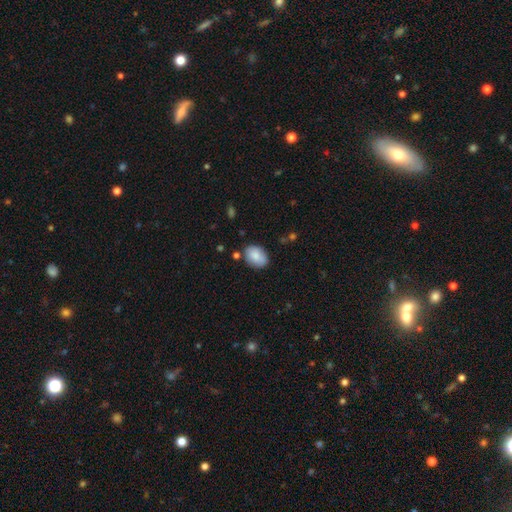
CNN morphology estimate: smooth-or-featured: smooth: 83% | featured or disk: 10% | star or artifact: 7%
  how-rounded: in between: 73% | round: 26% | cigar-shaped: 1%
  merging: none: 75% | minor disturbance: 17% | merger: 4% | major disturbance: 3%